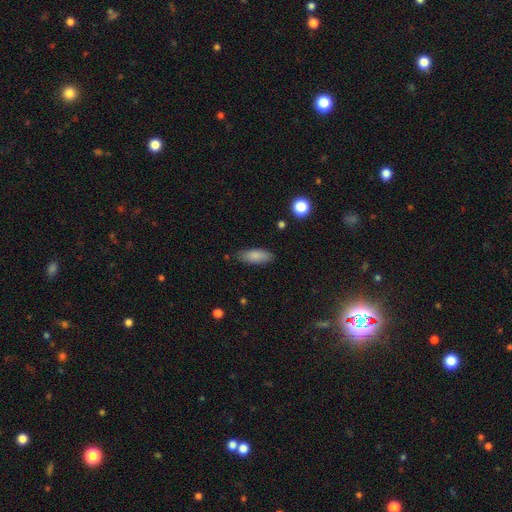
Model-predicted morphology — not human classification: Smooth or featured: smooth — 84% (featured or disk — 9%)
How rounded: in between — 73% (cigar-shaped — 25%)
Merging: none — 82% (minor disturbance — 14%)